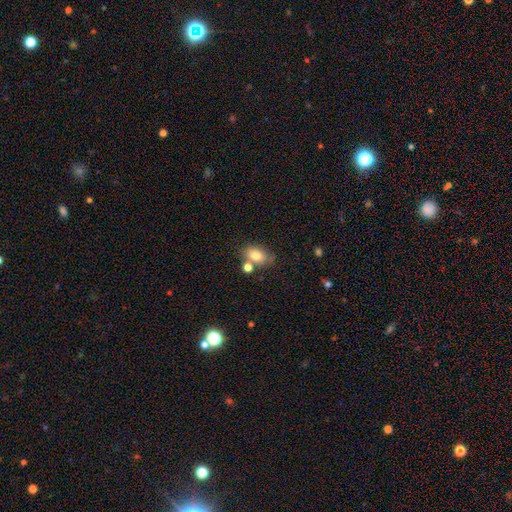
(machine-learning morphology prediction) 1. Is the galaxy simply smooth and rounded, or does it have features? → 77% smooth, 14% featured or disk, 10% star or artifact.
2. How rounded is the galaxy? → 82% in between, 16% round, 2% cigar-shaped.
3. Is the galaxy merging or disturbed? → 58% none, 21% merger, 16% minor disturbance, 5% major disturbance.